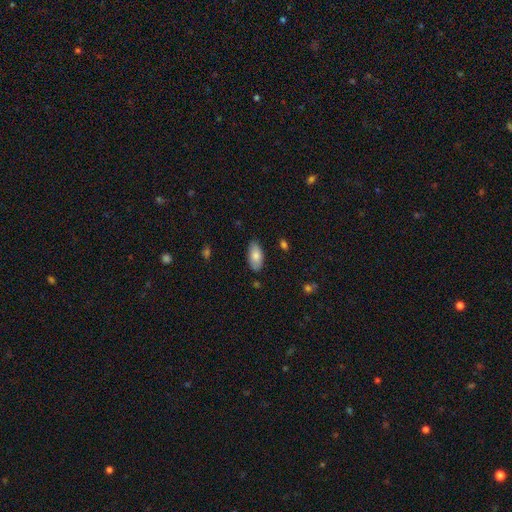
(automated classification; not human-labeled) smooth 80%, featured or disk 14%, star or artifact 6%. Down the decision tree: how rounded — in between (93%); merging — none (84%).